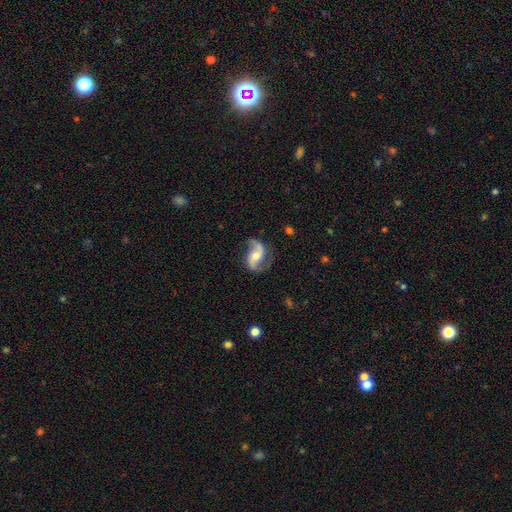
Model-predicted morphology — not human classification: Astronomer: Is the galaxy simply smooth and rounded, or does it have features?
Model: featured or disk — 87%.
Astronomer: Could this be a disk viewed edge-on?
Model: no — 97%.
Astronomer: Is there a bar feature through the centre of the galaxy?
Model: no — 44% (runner-up: weak, 35%).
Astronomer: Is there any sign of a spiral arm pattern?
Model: yes — 96%.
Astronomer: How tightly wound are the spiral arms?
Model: loose — 64%.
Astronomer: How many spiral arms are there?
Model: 2 — 93%.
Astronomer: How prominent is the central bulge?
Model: moderate — 58% (runner-up: small, 34%).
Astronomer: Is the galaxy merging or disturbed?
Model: none — 76%.